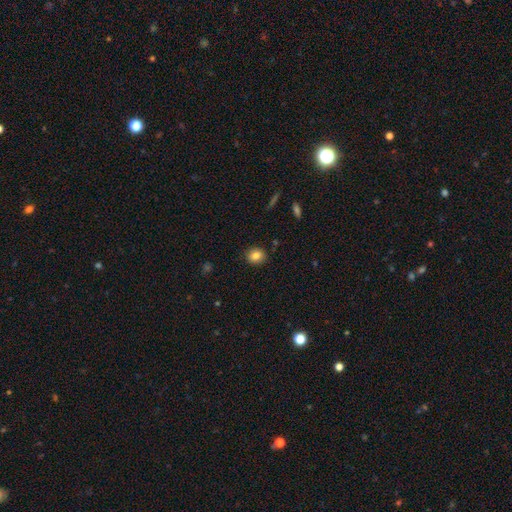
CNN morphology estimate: A smooth galaxy with no disk features (83%) that is round (66%).

Vote fractions:
- Smooth or featured? smooth: 83% / star or artifact: 10% / featured or disk: 7%
- How rounded? round: 66% / in between: 33% / cigar-shaped: 1%
- Merging? none: 89% / minor disturbance: 8% / major disturbance: 2% / merger: 1%